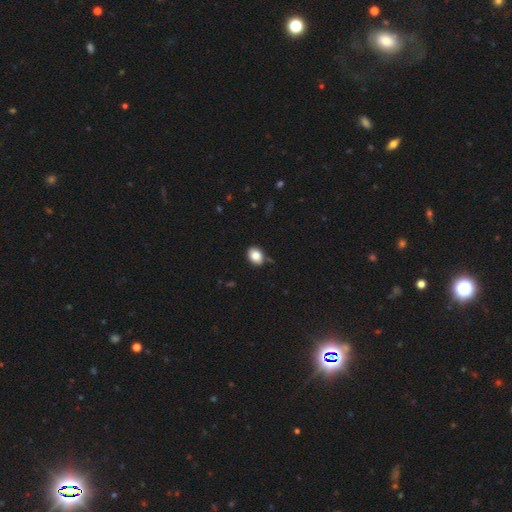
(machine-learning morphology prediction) Smooth or featured?
  - smooth: 85% *
  - star or artifact: 9%
  - featured or disk: 6%
How rounded?
  - in between: 68% *
  - round: 30%
  - cigar-shaped: 1%
Merging?
  - none: 80% *
  - minor disturbance: 15%
  - major disturbance: 3%
  - merger: 2%